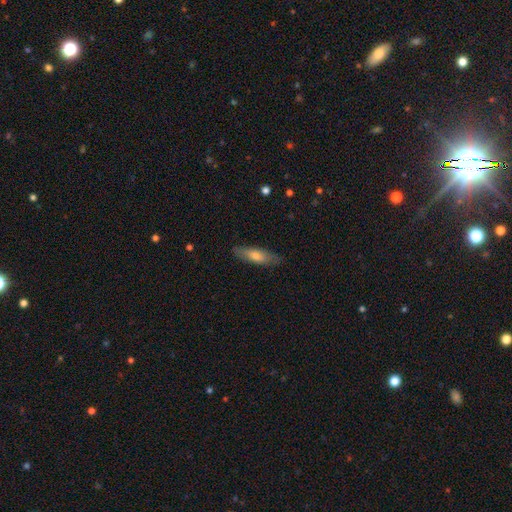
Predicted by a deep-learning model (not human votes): The model was most divided on "how rounded": cigar-shaped: 63%, in between: 35%, round: 2%. More confident: merging — none (84%); smooth or featured — smooth (61%).